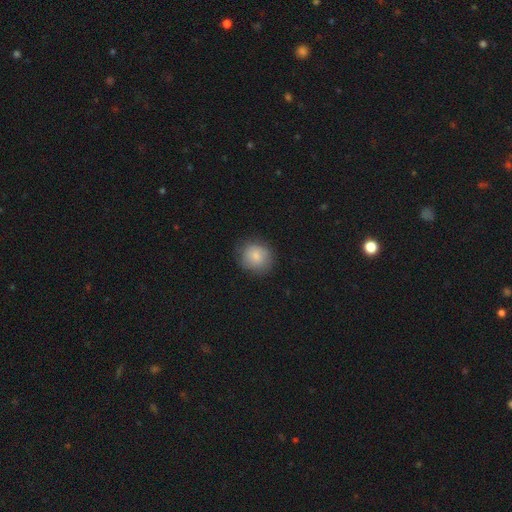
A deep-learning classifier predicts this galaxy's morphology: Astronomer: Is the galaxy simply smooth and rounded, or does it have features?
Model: smooth — 82%.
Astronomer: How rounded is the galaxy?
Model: round — 83%.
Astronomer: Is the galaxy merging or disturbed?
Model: none — 80%.